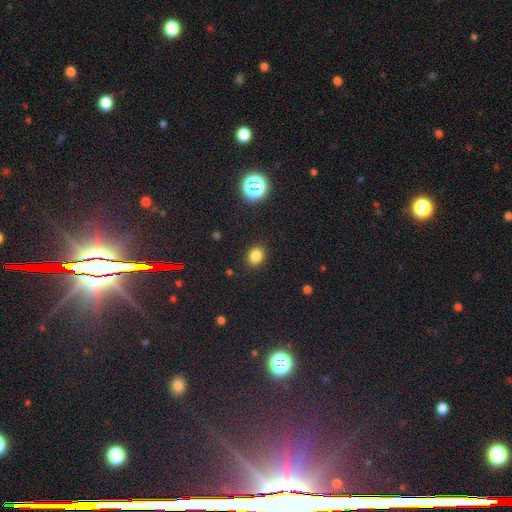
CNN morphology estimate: Smooth or featured: smooth — 80% (star or artifact — 15%)
How rounded: round — 54% (in between — 45%)
Merging: none — 88% (minor disturbance — 8%)